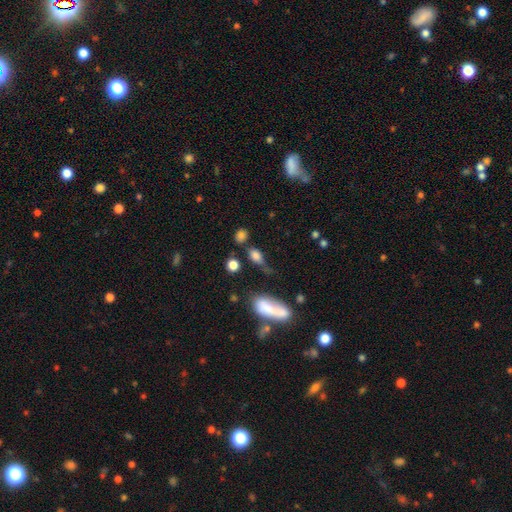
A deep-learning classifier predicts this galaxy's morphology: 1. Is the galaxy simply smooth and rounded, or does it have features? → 77% smooth, 12% star or artifact, 11% featured or disk.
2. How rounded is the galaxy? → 66% in between, 21% round, 13% cigar-shaped.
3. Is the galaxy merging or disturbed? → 48% none, 23% minor disturbance, 15% merger, 14% major disturbance.